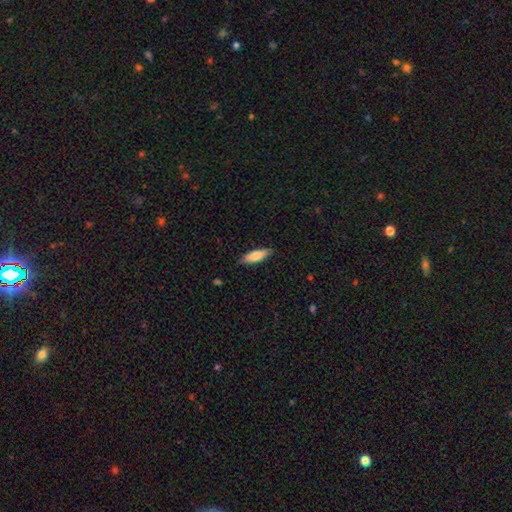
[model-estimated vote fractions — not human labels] The model was most divided on "how rounded": in between: 55%, cigar-shaped: 43%, round: 2%. More confident: merging — none (84%); smooth or featured — smooth (81%).